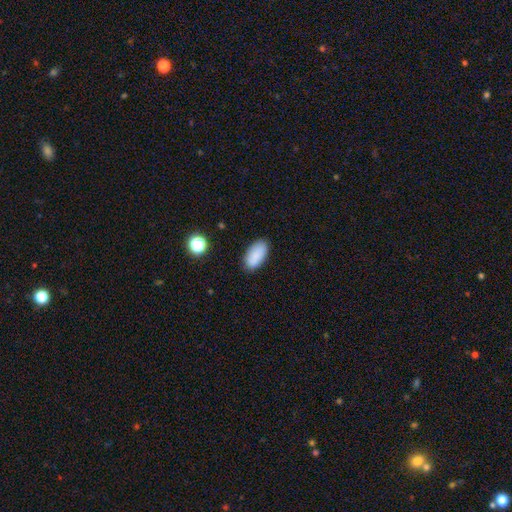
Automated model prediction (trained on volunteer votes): This appears to be a smooth galaxy with no disk features (88%) that is in between round and cigar-shaped (93%). Merging: none (85%).